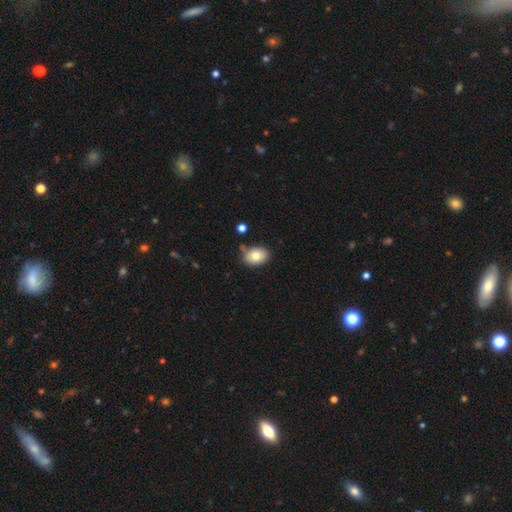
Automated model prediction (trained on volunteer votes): The model was most divided on "merging": none: 74%, minor disturbance: 17%, merger: 6%, major disturbance: 3%. More confident: smooth or featured — smooth (80%); how rounded — in between (79%).